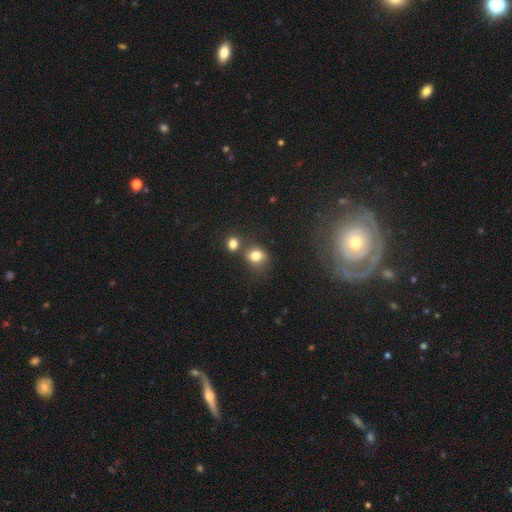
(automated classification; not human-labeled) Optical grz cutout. It shows a smooth galaxy with no disk features (79%) that is round (67%). Merging: none (56%).